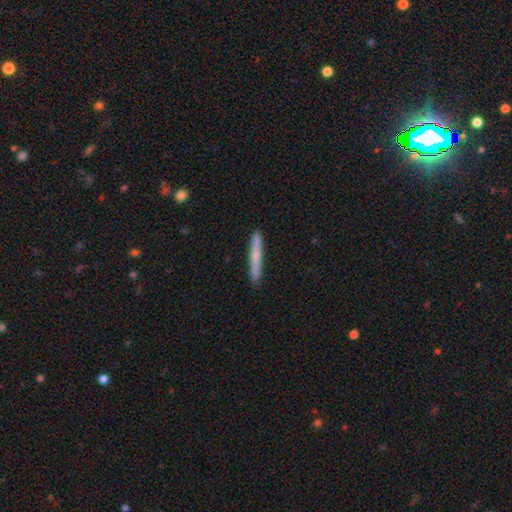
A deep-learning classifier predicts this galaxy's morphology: Q: Smooth or featured?
A: smooth (62%); runner-up: featured or disk (32%)
Q: How rounded?
A: cigar-shaped (96%); runner-up: in between (3%)
Q: Merging?
A: none (90%); runner-up: minor disturbance (7%)